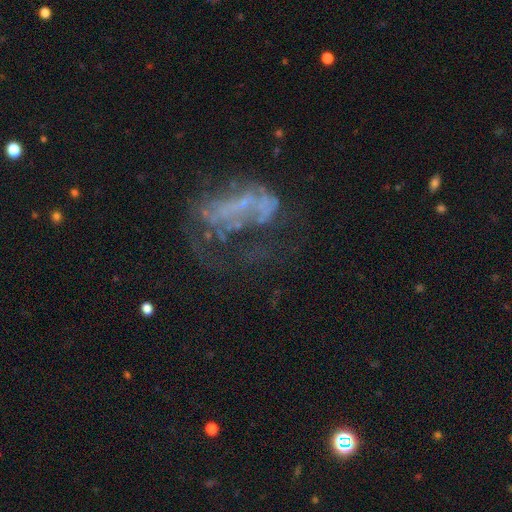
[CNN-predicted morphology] Overall: featured or disk (53%; star or artifact 29%). Edge-on disk: no (92%). Merging: major disturbance (47%; none 29%).